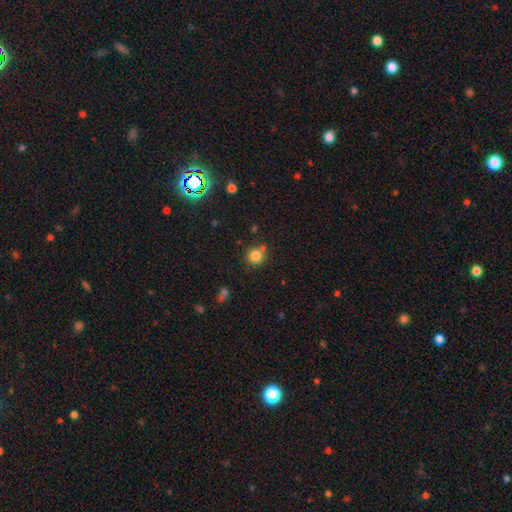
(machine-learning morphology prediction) A smooth galaxy with no disk features (82%) that is round (90%).

Vote fractions:
- Smooth or featured? smooth: 82% / star or artifact: 12% / featured or disk: 6%
- How rounded? round: 90% / in between: 9% / cigar-shaped: 1%
- Merging? none: 71% / merger: 14% / minor disturbance: 11% / major disturbance: 4%